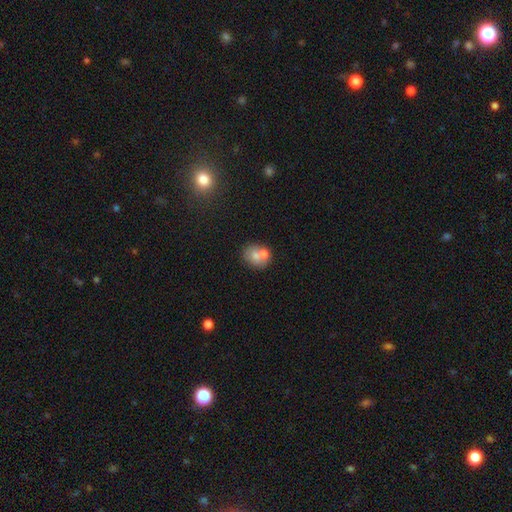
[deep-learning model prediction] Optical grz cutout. It shows a smooth galaxy with no disk features (68%) that is round (63%). Merging: none (49%).